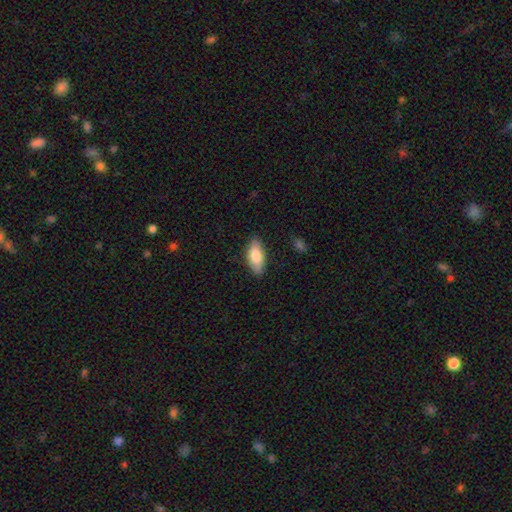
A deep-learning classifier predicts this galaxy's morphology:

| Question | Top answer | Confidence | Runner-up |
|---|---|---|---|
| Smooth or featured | smooth | 80% | featured or disk (14%) |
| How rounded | in between | 82% | cigar-shaped (15%) |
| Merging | none | 84% | minor disturbance (12%) |